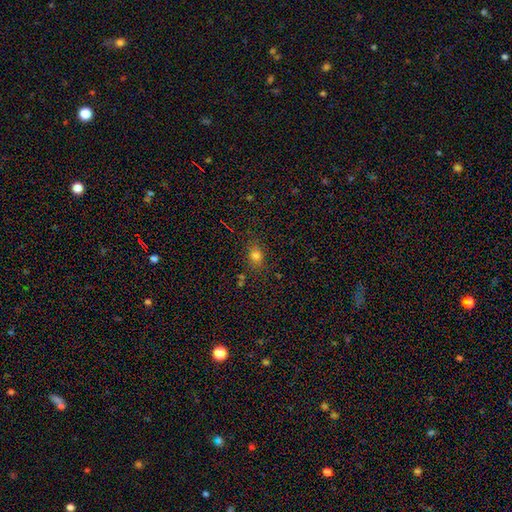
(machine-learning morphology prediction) This is likely a smooth galaxy (75%). How rounded: possibly in between (54%). Merging: likely none (79%).